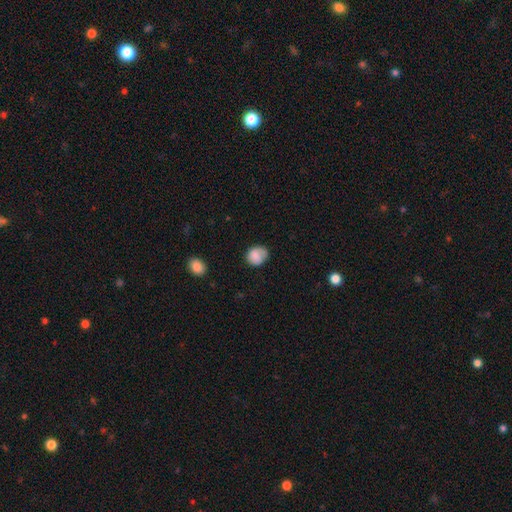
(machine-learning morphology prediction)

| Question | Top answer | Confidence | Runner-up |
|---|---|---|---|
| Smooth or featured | smooth | 82% | featured or disk (10%) |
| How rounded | round | 69% | in between (30%) |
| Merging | none | 63% | minor disturbance (27%) |